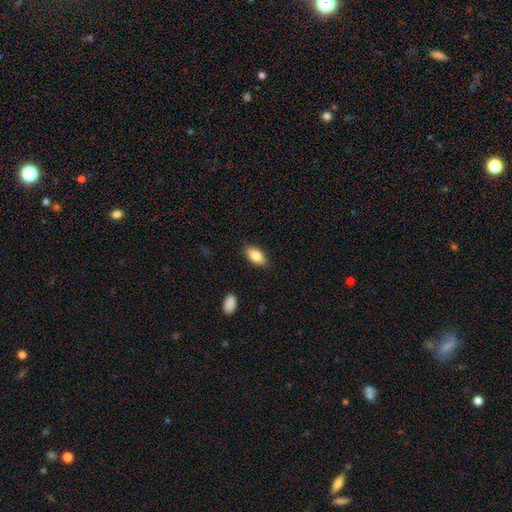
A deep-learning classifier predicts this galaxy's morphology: This is clearly a smooth galaxy (84%). How rounded: clearly in between (92%). Merging: clearly none (85%).